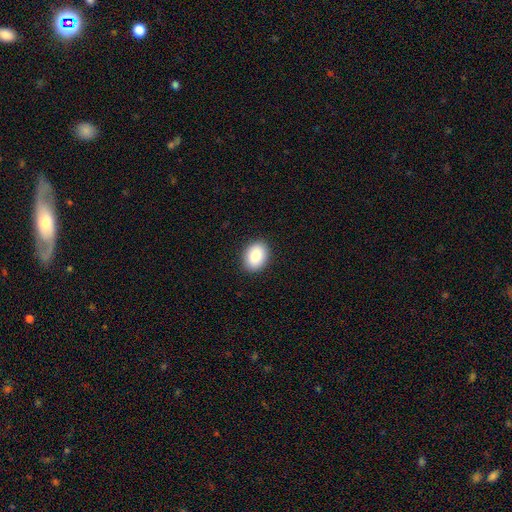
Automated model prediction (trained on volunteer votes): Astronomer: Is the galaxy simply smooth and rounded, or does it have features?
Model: smooth — 87%.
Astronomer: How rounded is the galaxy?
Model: in between — 70%.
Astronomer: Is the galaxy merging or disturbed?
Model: none — 90%.